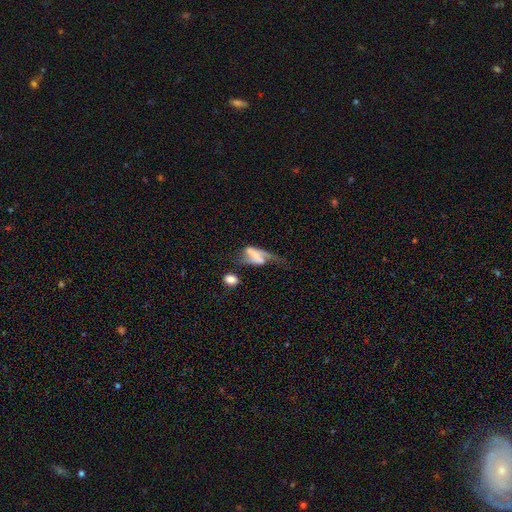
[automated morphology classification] A featured or disk galaxy (54%).

Vote fractions:
- Smooth or featured? featured or disk: 54% / smooth: 36% / star or artifact: 10%
- Edge-on disk? no: 84% / yes: 16%
- Merging? major disturbance: 36% / none: 24% / minor disturbance: 21% / merger: 18%